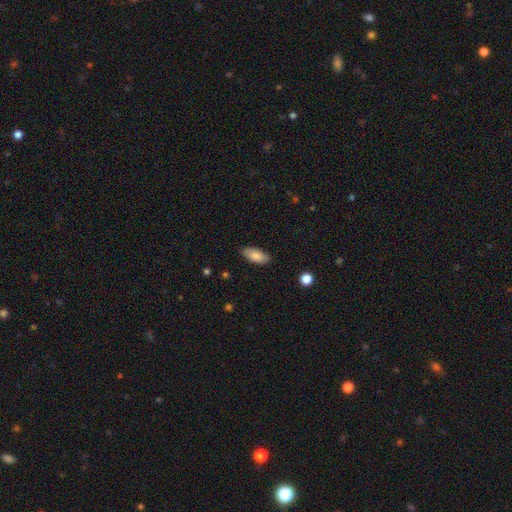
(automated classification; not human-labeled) smooth_or_featured: smooth (p=0.86) [alt: featured or disk p=0.07]
how_rounded: in between (p=0.87) [alt: cigar-shaped p=0.11]
merging: none (p=0.85) [alt: minor disturbance p=0.11]